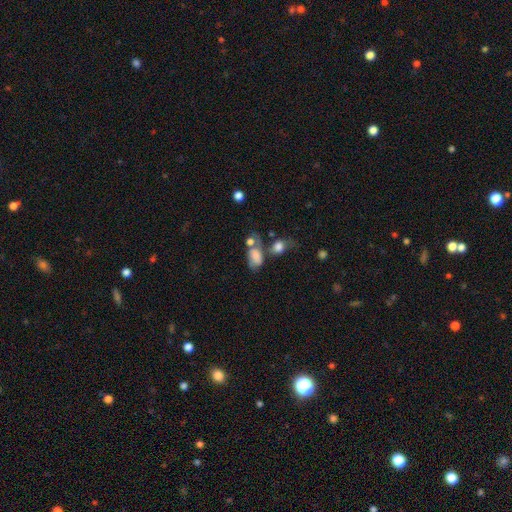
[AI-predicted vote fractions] smooth_or_featured: smooth (p=0.67) [alt: featured or disk p=0.22]
how_rounded: in between (p=0.84) [alt: round p=0.13]
merging: merger (p=0.39) [alt: none p=0.26]